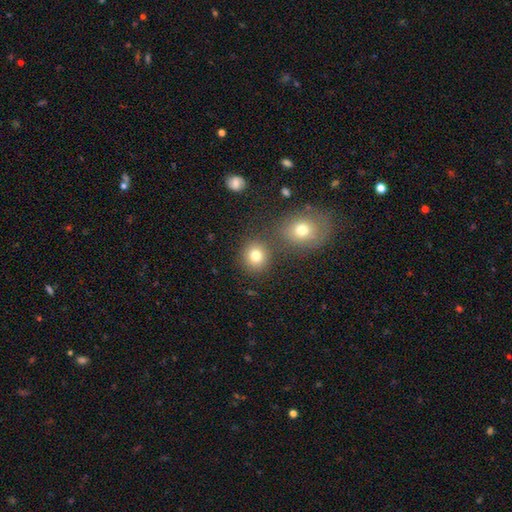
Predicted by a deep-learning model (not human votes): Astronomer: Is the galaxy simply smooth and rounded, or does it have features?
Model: smooth — 80%.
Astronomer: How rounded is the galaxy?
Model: round — 84%.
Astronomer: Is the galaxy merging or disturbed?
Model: none — 76%.